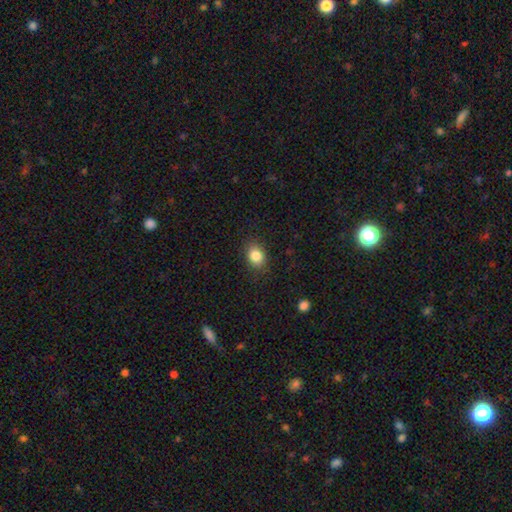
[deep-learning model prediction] Smooth or featured?
  - smooth: 84% *
  - star or artifact: 10%
  - featured or disk: 6%
How rounded?
  - in between: 60% *
  - round: 39%
  - cigar-shaped: 1%
Merging?
  - none: 86% *
  - minor disturbance: 10%
  - major disturbance: 3%
  - merger: 1%